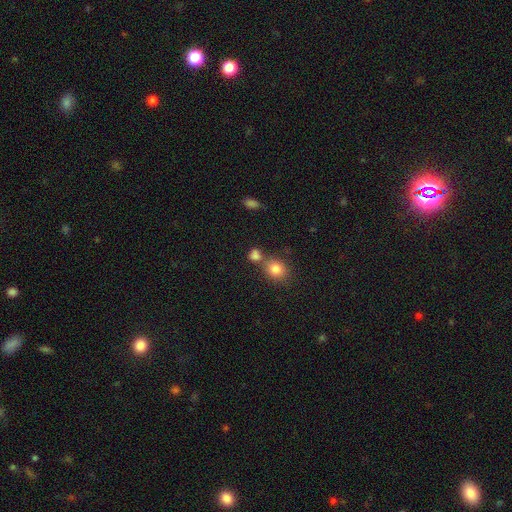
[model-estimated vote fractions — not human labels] Smooth or featured? Predicted: smooth (p=0.80). How rounded? Predicted: round (p=0.64). Merging? Predicted: none (p=0.52).